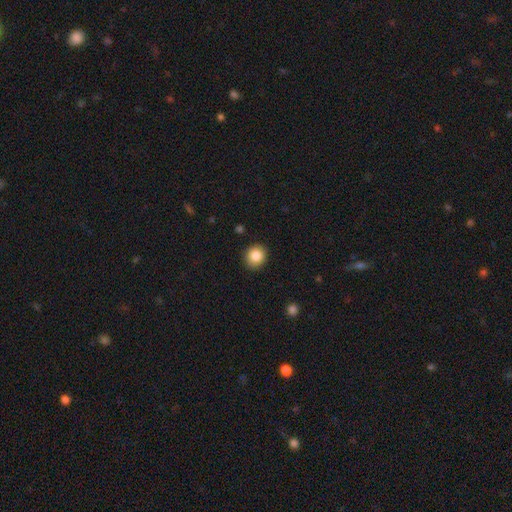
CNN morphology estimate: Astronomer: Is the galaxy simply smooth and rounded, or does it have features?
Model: smooth — 86%.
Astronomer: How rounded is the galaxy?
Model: round — 79%.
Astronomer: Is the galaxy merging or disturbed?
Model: none — 90%.